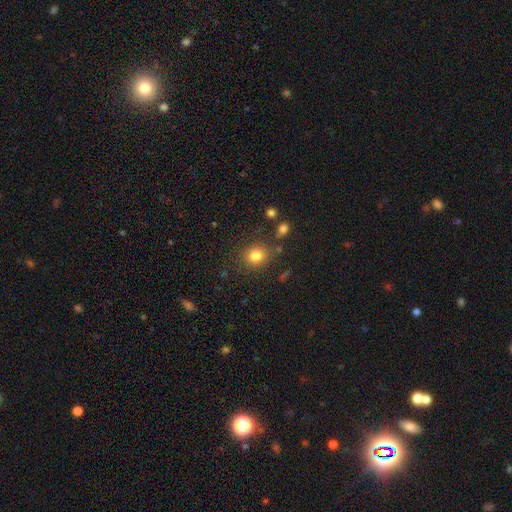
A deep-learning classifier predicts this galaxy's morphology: A smooth galaxy with no disk features (81%) that is round (76%).

Vote fractions:
- Smooth or featured? smooth: 81% / star or artifact: 13% / featured or disk: 7%
- How rounded? round: 76% / in between: 23% / cigar-shaped: 1%
- Merging? none: 81% / minor disturbance: 10% / merger: 4% / major disturbance: 4%